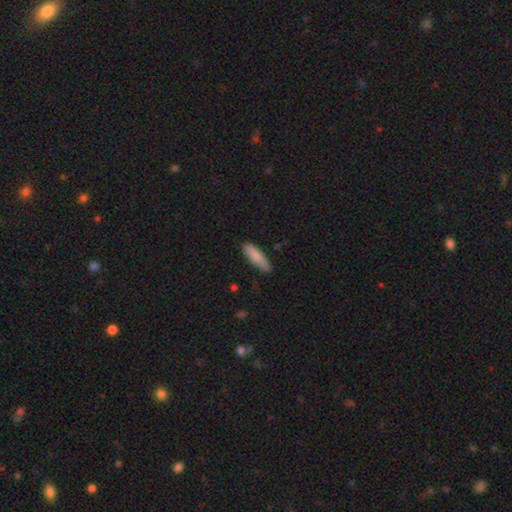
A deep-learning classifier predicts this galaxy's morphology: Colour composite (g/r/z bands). It shows a smooth galaxy with no disk features (85%) that is cigar-shaped (57%). Merging: none (79%).